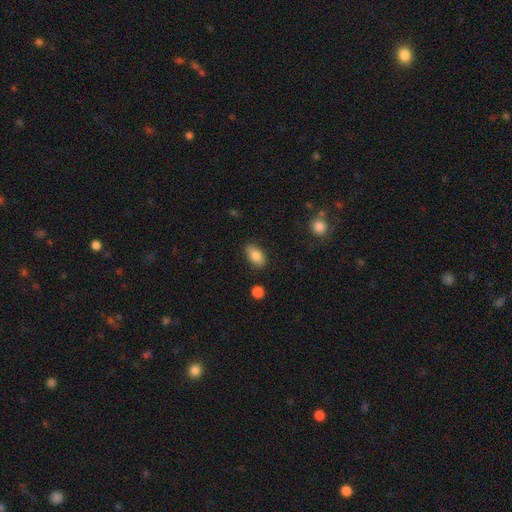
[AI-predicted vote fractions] A smooth galaxy with no disk features (83%) that is in between round and cigar-shaped (91%). Merging: none (85%).